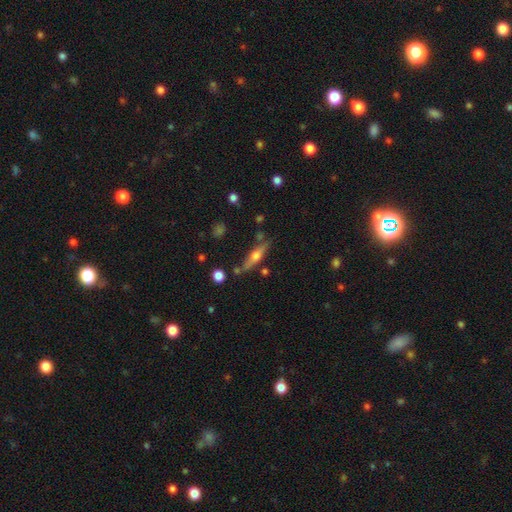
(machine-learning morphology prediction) A featured or disk galaxy (57%) viewed edge-on (93%) with a rounded central bulge (90%).

Vote fractions:
- Smooth or featured? featured or disk: 57% / smooth: 36% / star or artifact: 7%
- Edge-on disk? yes: 93% / no: 7%
- Edge-on bulge? rounded: 90% / boxy: 6% / none: 4%
- Merging? none: 74% / minor disturbance: 14% / merger: 8% / major disturbance: 4%